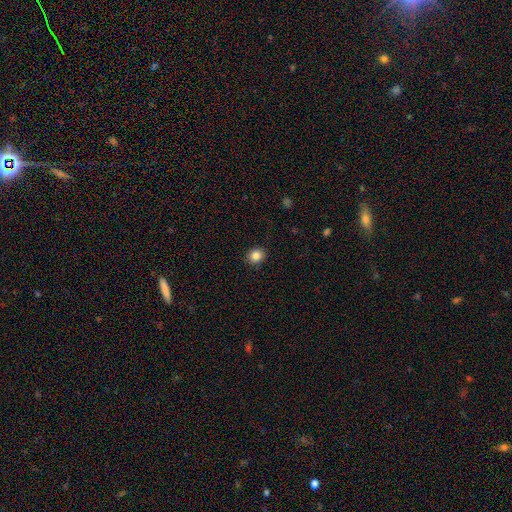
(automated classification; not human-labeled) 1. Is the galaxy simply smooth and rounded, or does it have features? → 85% smooth, 11% star or artifact, 5% featured or disk.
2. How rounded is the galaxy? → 73% round, 26% in between, 1% cigar-shaped.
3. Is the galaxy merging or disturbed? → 90% none, 7% minor disturbance, 2% major disturbance, 1% merger.